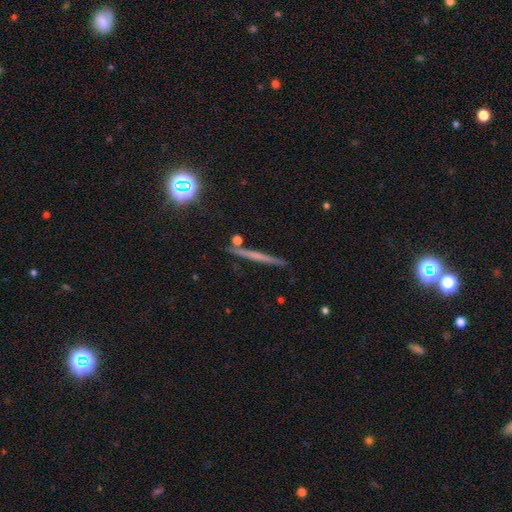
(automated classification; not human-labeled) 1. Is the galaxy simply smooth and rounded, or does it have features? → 52% featured or disk, 35% smooth, 13% star or artifact.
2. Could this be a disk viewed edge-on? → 97% yes, 3% no.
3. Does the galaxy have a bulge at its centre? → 78% none, 15% rounded, 6% boxy.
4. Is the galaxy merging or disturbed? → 88% none, 7% minor disturbance, 3% merger, 2% major disturbance.